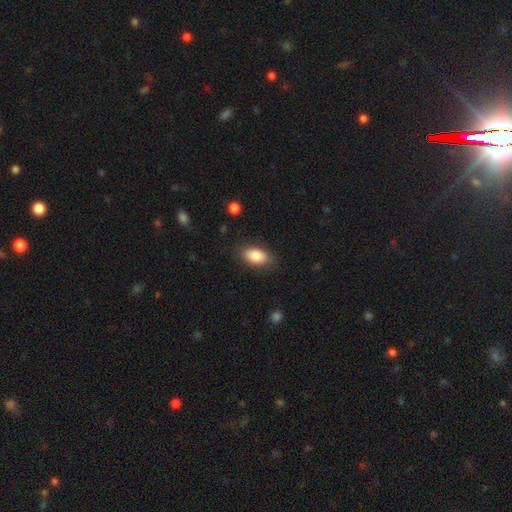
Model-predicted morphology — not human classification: smooth-or-featured: smooth: 85% | featured or disk: 8% | star or artifact: 7%
  how-rounded: in between: 92% | round: 5% | cigar-shaped: 3%
  merging: none: 82% | minor disturbance: 13% | major disturbance: 4% | merger: 1%